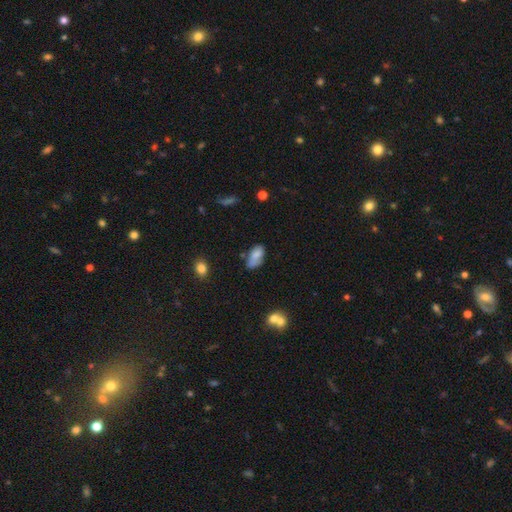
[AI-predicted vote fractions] A smooth galaxy with no disk features (75%) that is in between round and cigar-shaped (91%).

Vote fractions:
- Smooth or featured? smooth: 75% / featured or disk: 16% / star or artifact: 9%
- How rounded? in between: 91% / cigar-shaped: 5% / round: 4%
- Merging? none: 47% / minor disturbance: 32% / major disturbance: 11% / merger: 10%